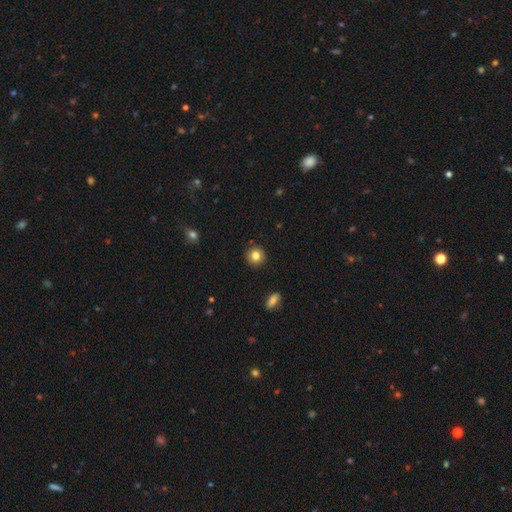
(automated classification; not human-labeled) A smooth galaxy with no disk features (81%) that is round (93%). Merging: none (91%).